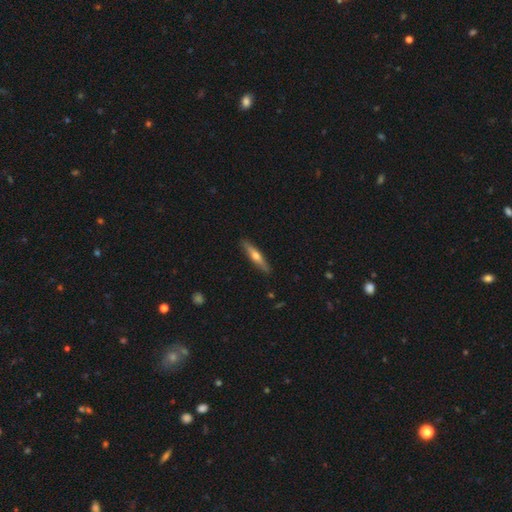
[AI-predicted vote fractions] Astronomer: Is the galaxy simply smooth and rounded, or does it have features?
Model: featured or disk — 55% (runner-up: smooth, 40%).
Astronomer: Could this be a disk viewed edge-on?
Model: yes — 94%.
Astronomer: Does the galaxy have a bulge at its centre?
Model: rounded — 90%.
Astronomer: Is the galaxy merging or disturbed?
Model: none — 90%.